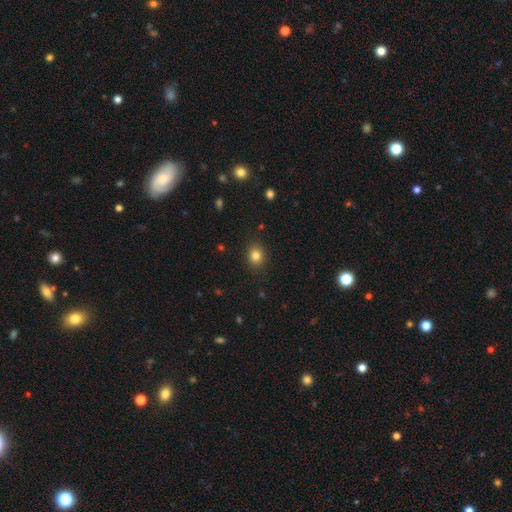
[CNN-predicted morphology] Smooth or featured? smooth (82%)
How rounded? round (58%)
Merging? none (88%)